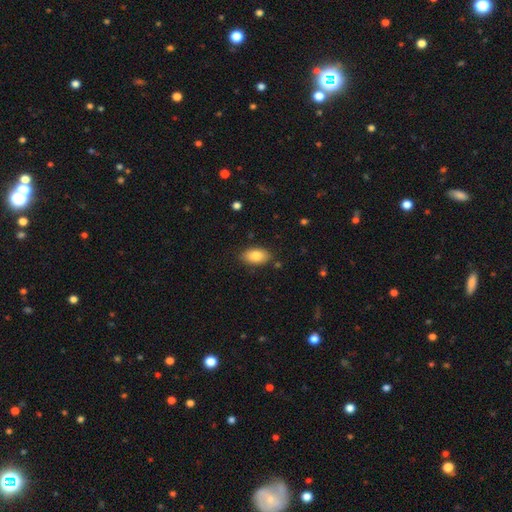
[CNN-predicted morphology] A smooth galaxy with no disk features (83%) that is in between round and cigar-shaped (92%).

Vote fractions:
- Smooth or featured? smooth: 83% / featured or disk: 10% / star or artifact: 7%
- How rounded? in between: 92% / round: 5% / cigar-shaped: 2%
- Merging? none: 85% / minor disturbance: 11% / major disturbance: 2% / merger: 2%